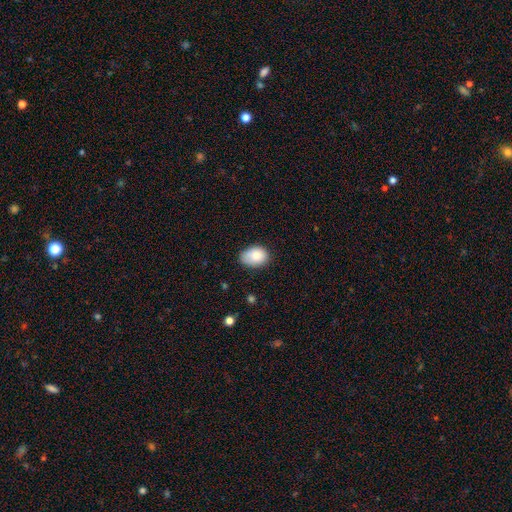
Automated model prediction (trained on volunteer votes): smooth 83%, featured or disk 10%, star or artifact 8%. Down the decision tree: how rounded — in between (80%); merging — none (66%).